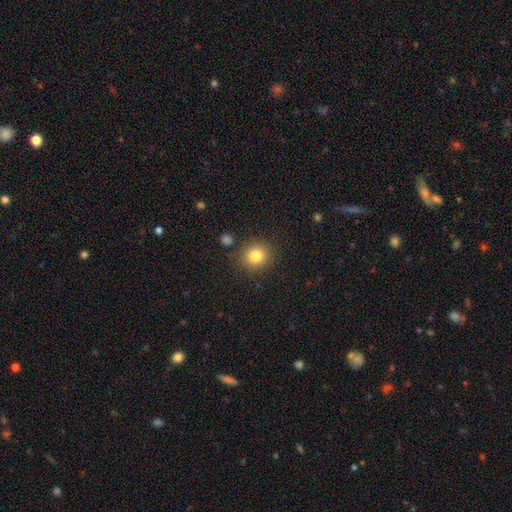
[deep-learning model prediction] The model was most divided on "smooth or featured": smooth: 82%, star or artifact: 11%, featured or disk: 7%. More confident: merging — none (86%); how rounded — round (85%).